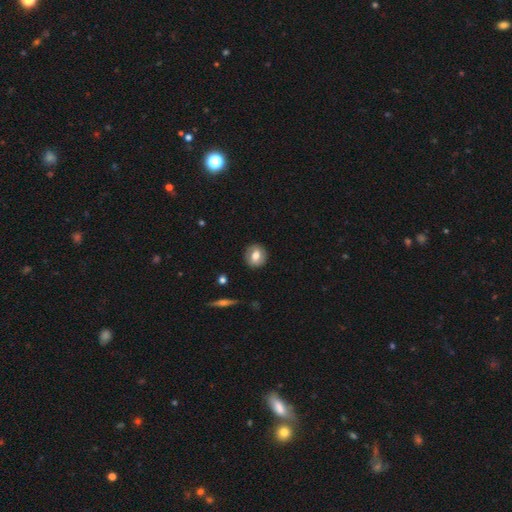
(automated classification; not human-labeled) smooth-or-featured: smooth: 62% | featured or disk: 30% | star or artifact: 8%
  how-rounded: round: 83% | in between: 16% | cigar-shaped: 1%
  merging: none: 87% | minor disturbance: 9% | major disturbance: 2% | merger: 1%